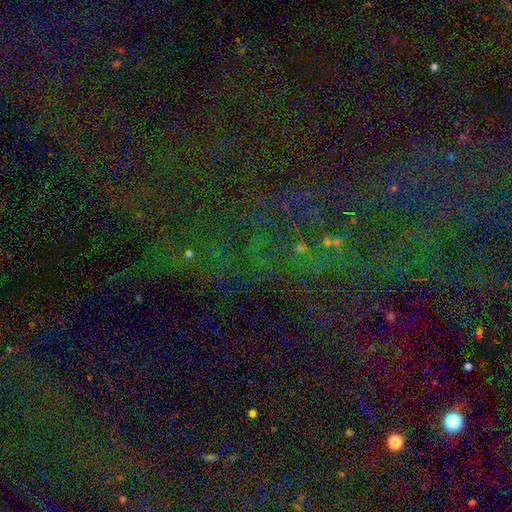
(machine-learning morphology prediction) The model was most divided on "smooth or featured": star or artifact: 77%, smooth: 12%, featured or disk: 11%.